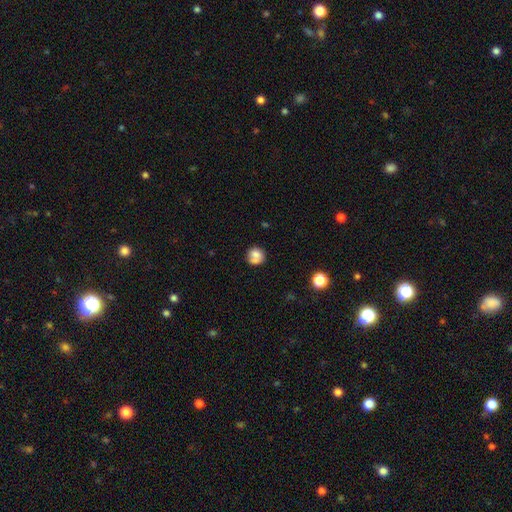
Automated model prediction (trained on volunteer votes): Q: Smooth or featured?
A: smooth (73%); runner-up: featured or disk (18%)
Q: How rounded?
A: round (81%); runner-up: in between (18%)
Q: Merging?
A: none (48%); runner-up: merger (26%)